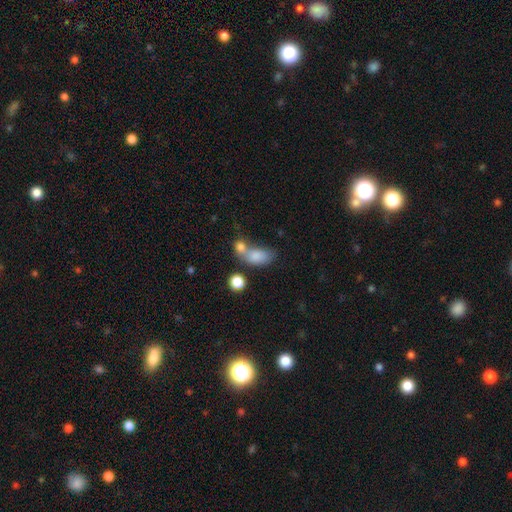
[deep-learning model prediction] smooth_or_featured: smooth (p=0.79) [alt: featured or disk p=0.11]
how_rounded: in between (p=0.84) [alt: round p=0.12]
merging: merger (p=0.51) [alt: none p=0.29]